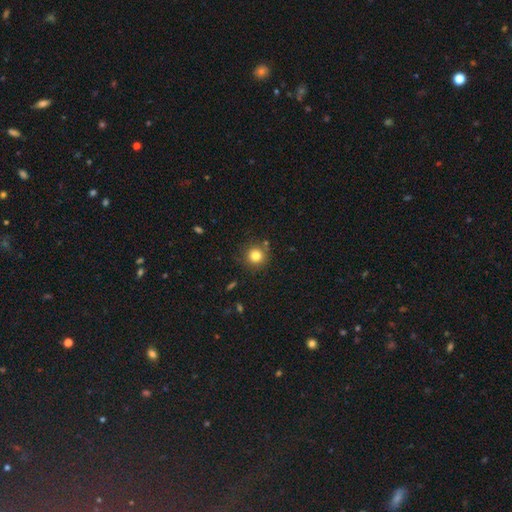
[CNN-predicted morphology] This is clearly a smooth galaxy (81%). How rounded: clearly round (93%). Merging: clearly none (83%).